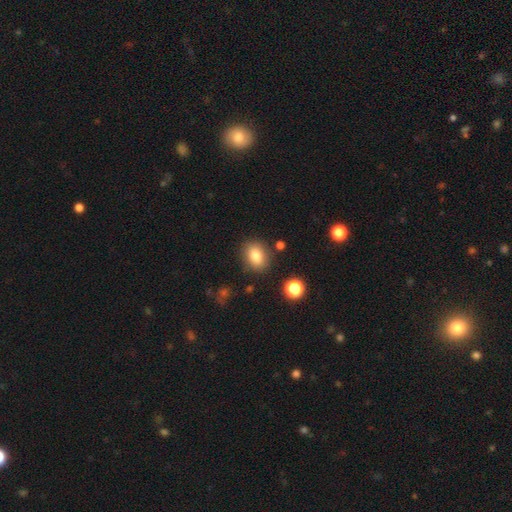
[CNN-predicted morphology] Overall: smooth (82%). How rounded: in between (61%; round 37%). Merging: none (82%).